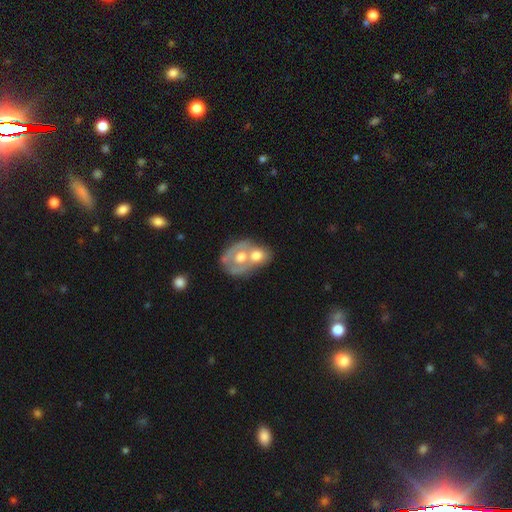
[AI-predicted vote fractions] Smooth or featured: featured or disk — 49% (smooth — 44%)
Merging: merger — 69% (none — 18%)